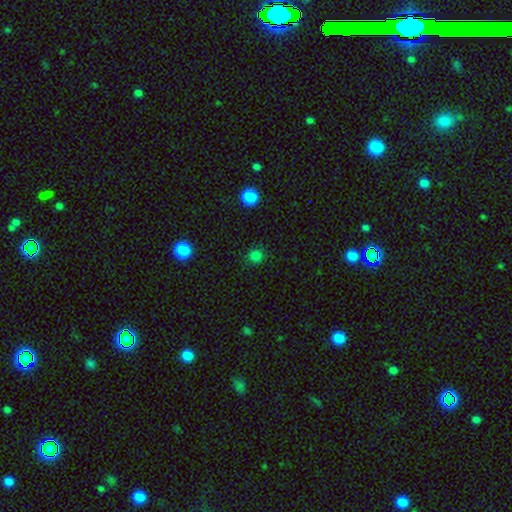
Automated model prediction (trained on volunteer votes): This appears to be a smooth galaxy with no disk features (81%) that is round (92%). Merging: none (87%).